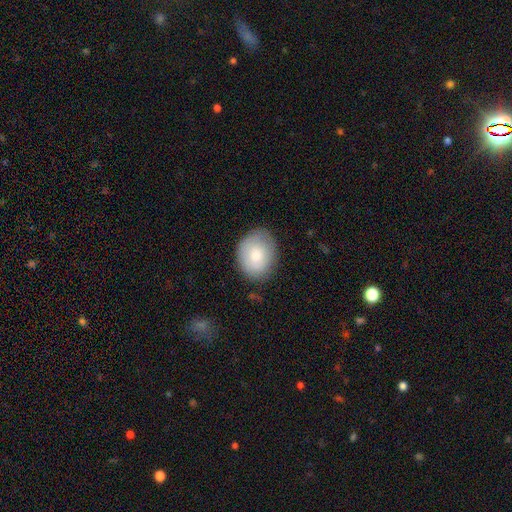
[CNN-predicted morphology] Smooth or featured: smooth — 75% (featured or disk — 18%)
How rounded: in between — 54% (round — 45%)
Merging: none — 77% (minor disturbance — 18%)